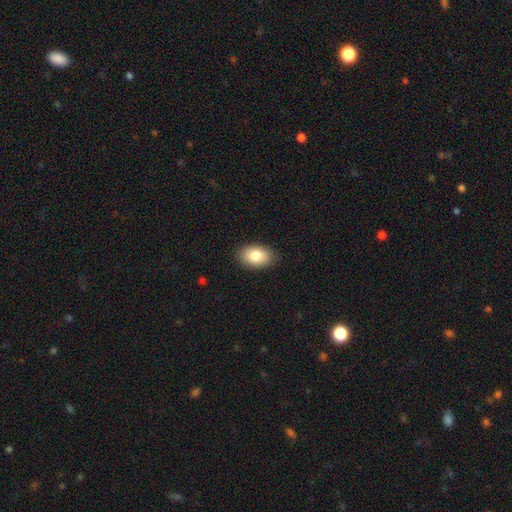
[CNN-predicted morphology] Overall: smooth (83%). How rounded: in between (91%). Merging: none (88%).